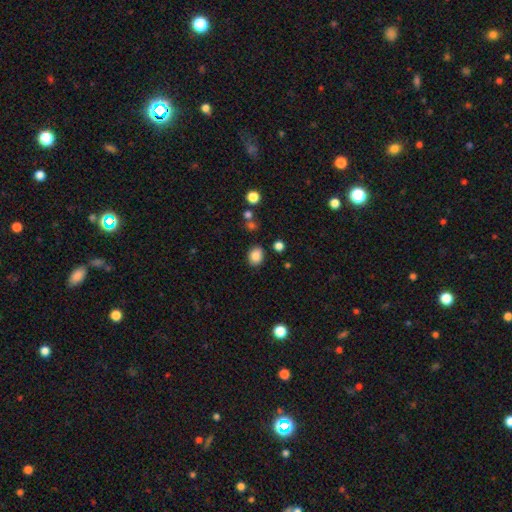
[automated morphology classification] Q: Smooth or featured?
A: smooth (85%); runner-up: star or artifact (10%)
Q: How rounded?
A: in between (52%); runner-up: round (47%)
Q: Merging?
A: none (84%); runner-up: minor disturbance (10%)